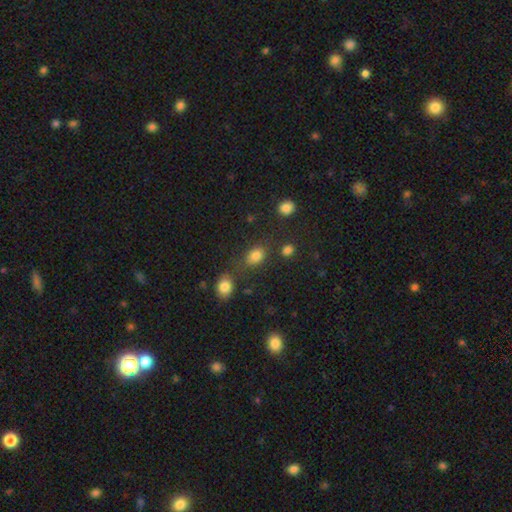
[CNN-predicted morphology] Q: Smooth or featured?
A: smooth (81%); runner-up: star or artifact (13%)
Q: How rounded?
A: in between (69%); runner-up: round (29%)
Q: Merging?
A: none (69%); runner-up: minor disturbance (15%)